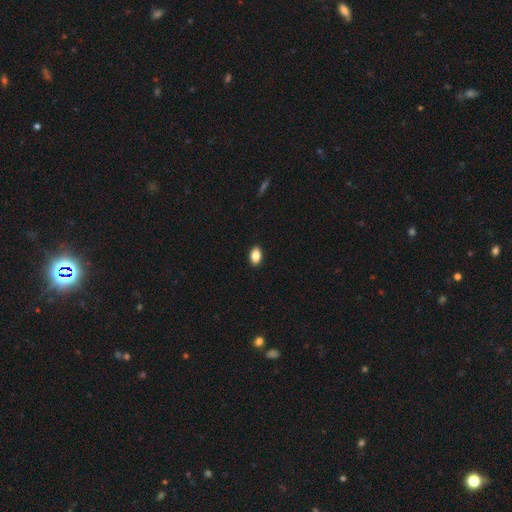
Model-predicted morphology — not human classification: smooth_or_featured: smooth (p=0.87) [alt: star or artifact p=0.08]
how_rounded: in between (p=0.88) [alt: round p=0.11]
merging: none (p=0.91) [alt: minor disturbance p=0.07]